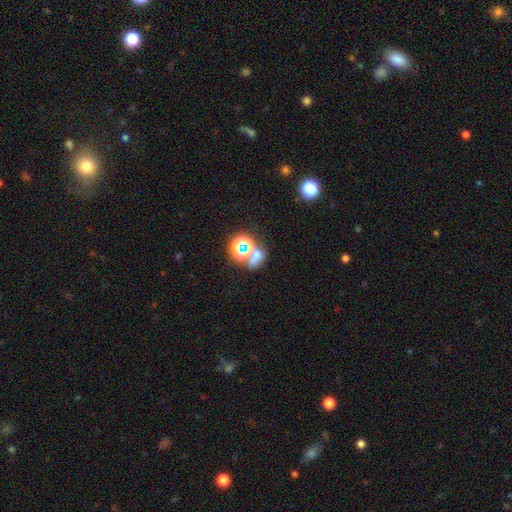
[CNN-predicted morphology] The model was most divided on "smooth or featured" (2-way tie): star or artifact: 43%, smooth: 43%, featured or disk: 13%.